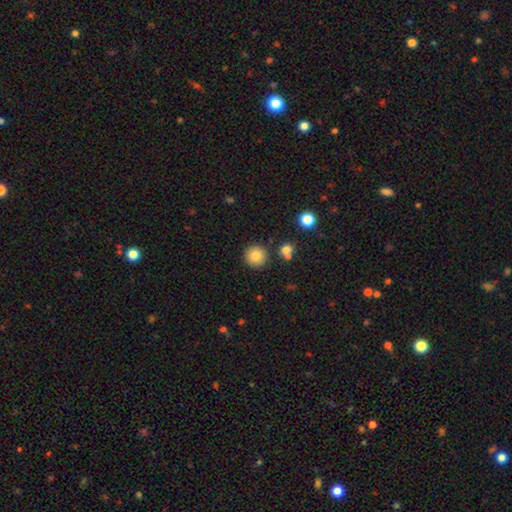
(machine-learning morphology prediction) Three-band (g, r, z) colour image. It shows a smooth galaxy with no disk features (83%) that is round (94%). Merging: none (88%).